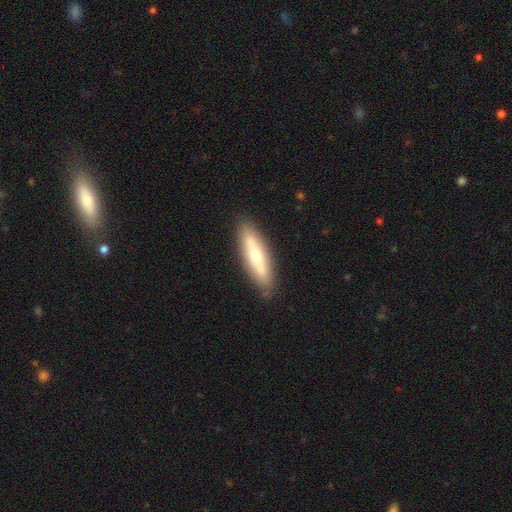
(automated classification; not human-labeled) This is possibly a smooth galaxy (52%). How rounded: likely cigar-shaped (70%). Merging: clearly none (87%).